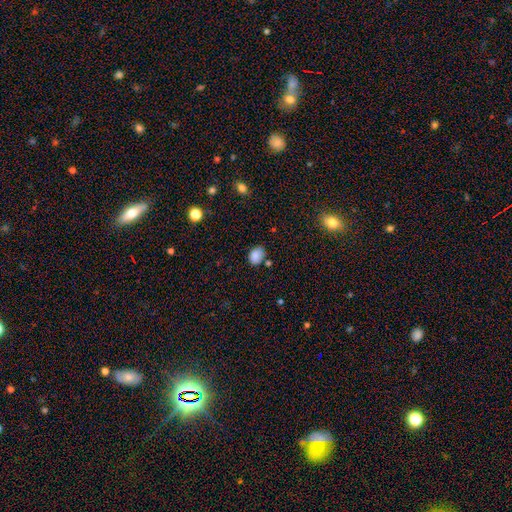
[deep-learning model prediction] Smooth or featured? Predicted: smooth (p=0.85). How rounded? Predicted: in between (p=0.71). Merging? Predicted: none (p=0.68).